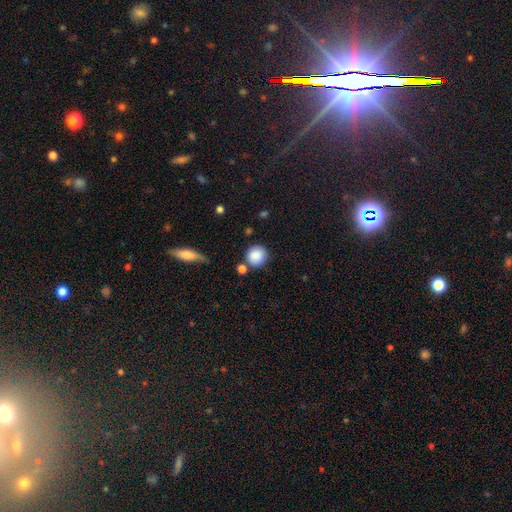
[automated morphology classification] type=smooth (87%); roundness=round (91%); merging=none (75%).